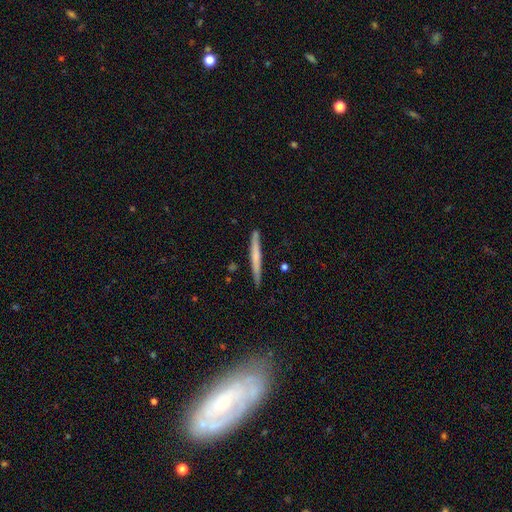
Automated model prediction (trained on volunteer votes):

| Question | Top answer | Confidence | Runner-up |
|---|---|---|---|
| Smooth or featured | smooth | 53% | featured or disk (41%) |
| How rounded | cigar-shaped | 97% | in between (2%) |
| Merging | none | 88% | minor disturbance (9%) |